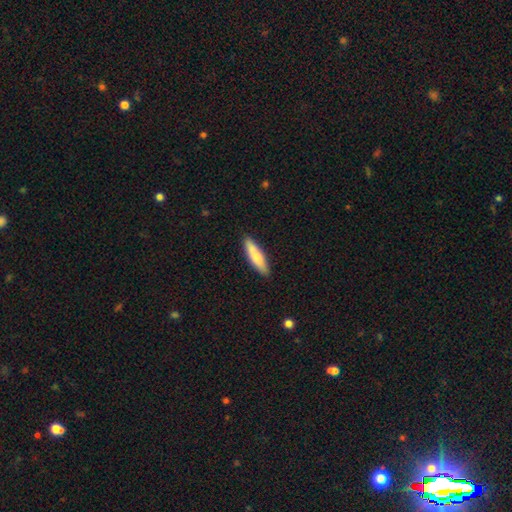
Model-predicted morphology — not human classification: Smooth or featured? Predicted: smooth (p=0.76). How rounded? Predicted: cigar-shaped (p=0.74). Merging? Predicted: none (p=0.88).